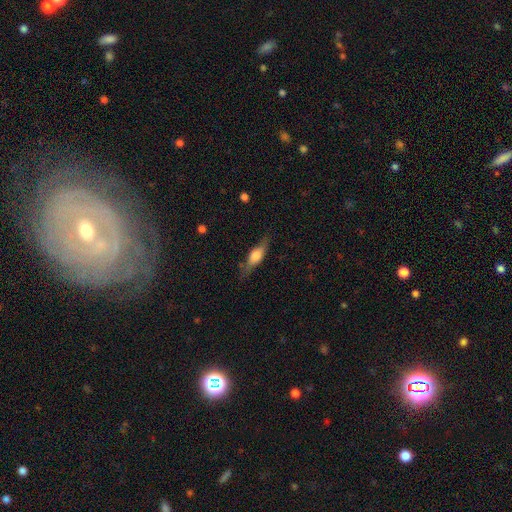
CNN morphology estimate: smooth 53%, featured or disk 41%, star or artifact 7%. Down the decision tree: how rounded — in between (50%); merging — none (73%).